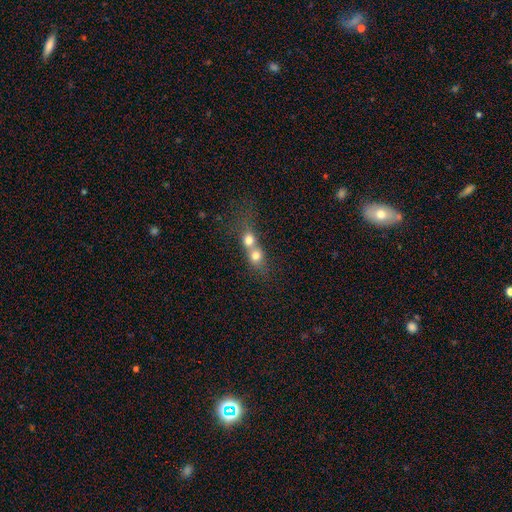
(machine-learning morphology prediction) A smooth galaxy with no disk features (71%) that is round (70%).

Vote fractions:
- Smooth or featured? smooth: 71% / featured or disk: 18% / star or artifact: 11%
- How rounded? round: 70% / in between: 27% / cigar-shaped: 3%
- Merging? merger: 76% / none: 18% / minor disturbance: 4% / major disturbance: 3%